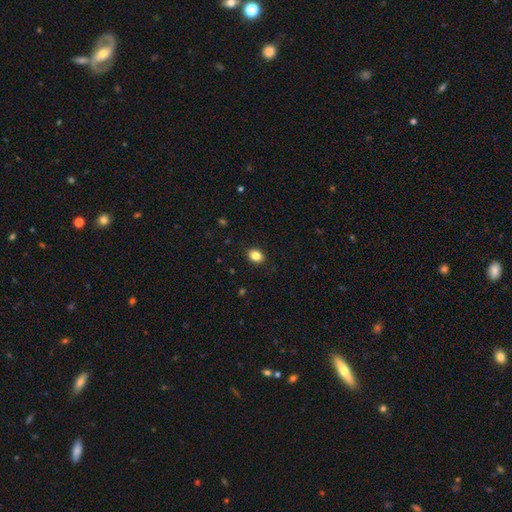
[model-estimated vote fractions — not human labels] The model was most divided on "how rounded": in between: 68%, round: 31%, cigar-shaped: 1%. More confident: merging — none (89%); smooth or featured — smooth (85%).